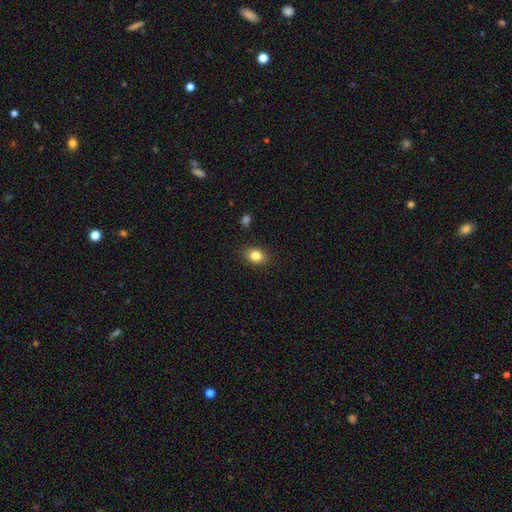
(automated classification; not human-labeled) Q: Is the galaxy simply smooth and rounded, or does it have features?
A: smooth — 84%.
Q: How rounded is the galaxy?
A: in between — 61%.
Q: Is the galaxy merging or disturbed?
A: none — 87%.